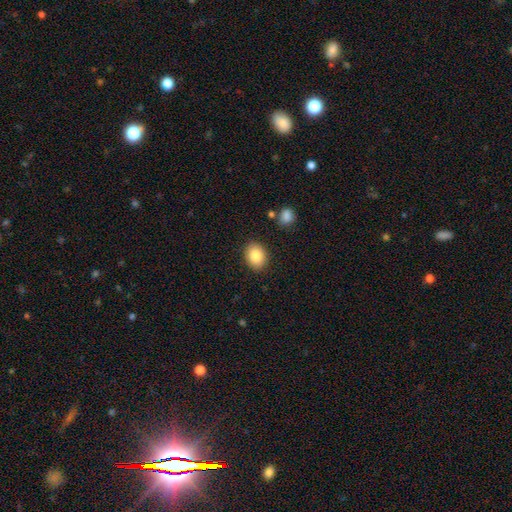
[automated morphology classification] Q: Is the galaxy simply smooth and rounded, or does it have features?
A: smooth — 86%.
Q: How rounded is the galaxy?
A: in between — 59%.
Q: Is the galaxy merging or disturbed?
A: none — 88%.